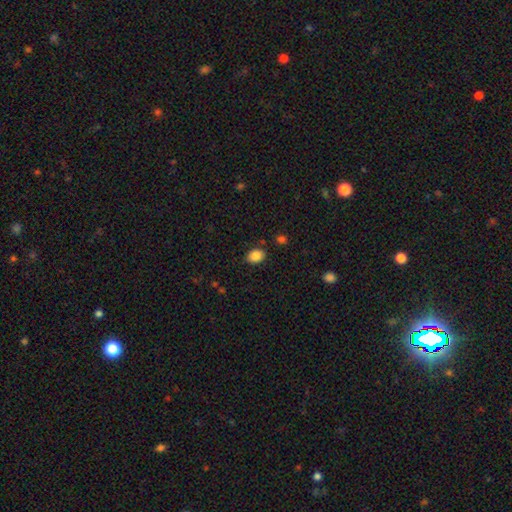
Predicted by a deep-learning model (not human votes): Q: Smooth or featured?
A: smooth (86%); runner-up: star or artifact (9%)
Q: How rounded?
A: in between (73%); runner-up: round (26%)
Q: Merging?
A: none (84%); runner-up: minor disturbance (11%)